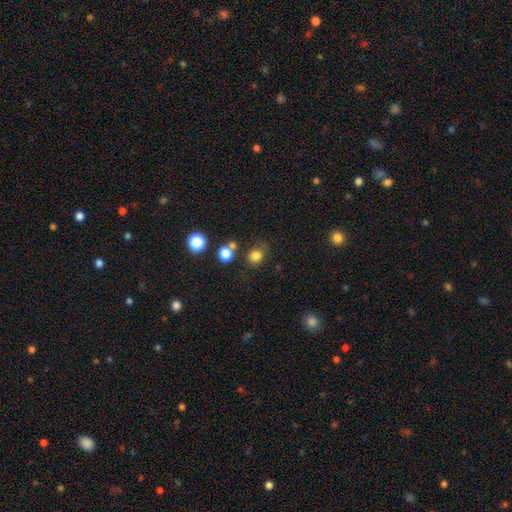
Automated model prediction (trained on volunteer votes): This is clearly a smooth galaxy (81%). How rounded: likely round (75%). Merging: likely none (68%).